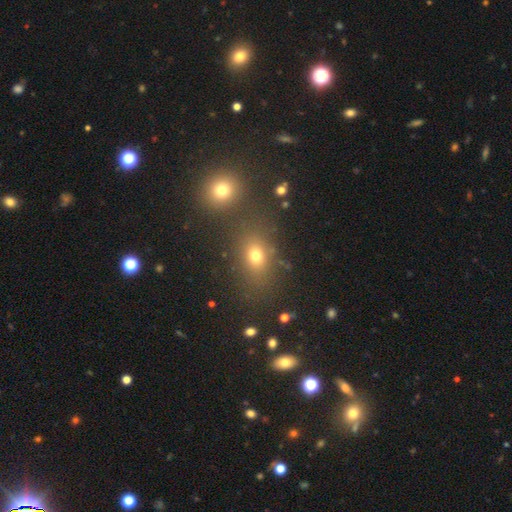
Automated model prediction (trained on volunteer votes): The model was most divided on "how rounded": in between: 60%, round: 37%, cigar-shaped: 3%. More confident: merging — none (70%); smooth or featured — smooth (69%).